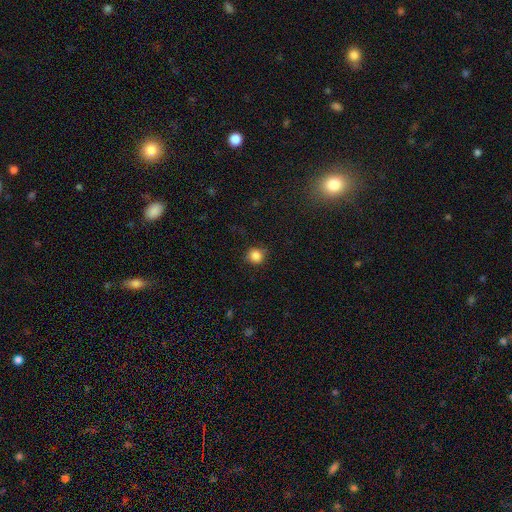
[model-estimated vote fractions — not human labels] Morphology: type=smooth (86%); roundness=round (91%); merging=none (84%).